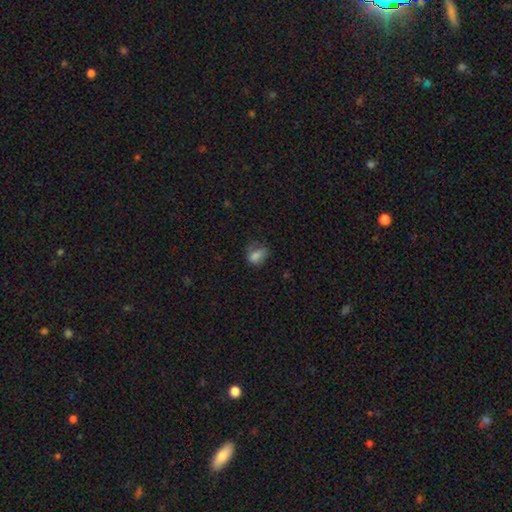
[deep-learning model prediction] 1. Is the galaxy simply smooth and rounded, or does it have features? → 78% smooth, 12% star or artifact, 10% featured or disk.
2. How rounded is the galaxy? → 76% in between, 22% round, 2% cigar-shaped.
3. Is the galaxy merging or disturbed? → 43% none, 33% minor disturbance, 21% major disturbance, 3% merger.